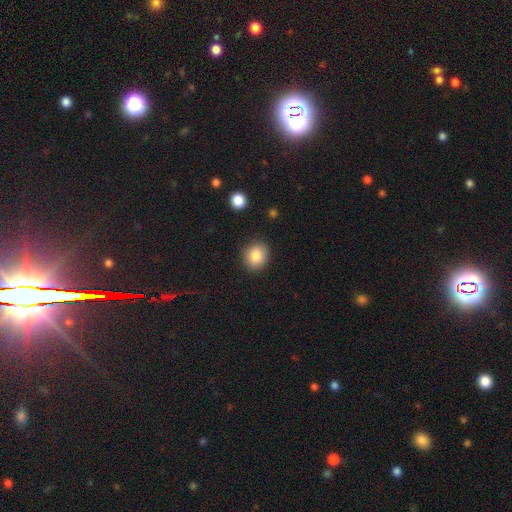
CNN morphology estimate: A smooth galaxy with no disk features (85%) that is round (78%).

Vote fractions:
- Smooth or featured? smooth: 85% / star or artifact: 9% / featured or disk: 6%
- How rounded? round: 78% / in between: 21% / cigar-shaped: 1%
- Merging? none: 87% / minor disturbance: 9% / major disturbance: 2% / merger: 2%